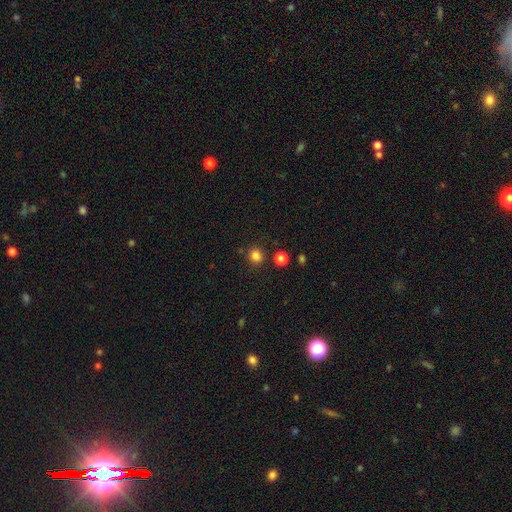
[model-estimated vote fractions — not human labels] smooth 82%, star or artifact 14%, featured or disk 4%. Down the decision tree: how rounded — round (78%); merging — none (82%).